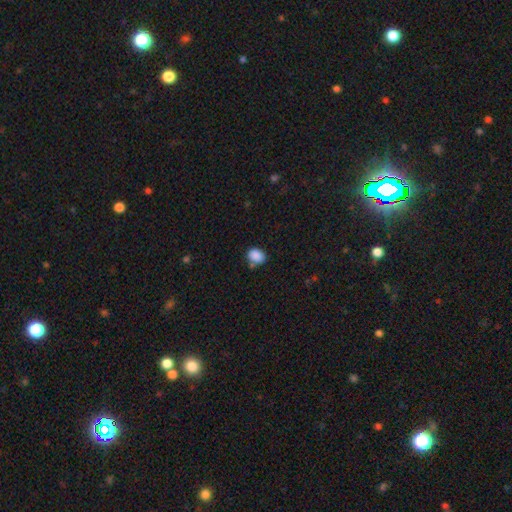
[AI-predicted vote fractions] This is clearly a smooth galaxy (87%). How rounded: likely in between (60%). Merging: likely none (67%).